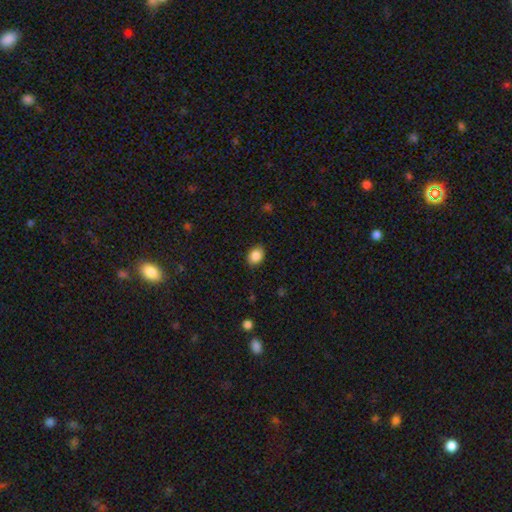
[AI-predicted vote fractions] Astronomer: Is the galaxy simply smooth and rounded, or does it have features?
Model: smooth — 88%.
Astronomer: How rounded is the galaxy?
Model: in between — 63%.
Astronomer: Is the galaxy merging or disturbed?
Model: none — 88%.